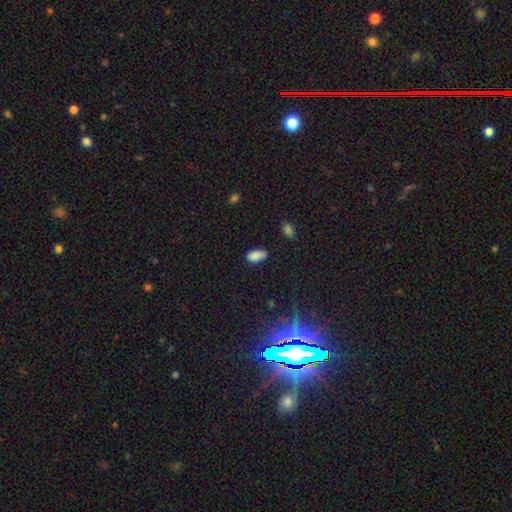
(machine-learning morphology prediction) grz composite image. It shows a smooth galaxy with no disk features (86%) that is in between round and cigar-shaped (90%). Merging: none (72%).